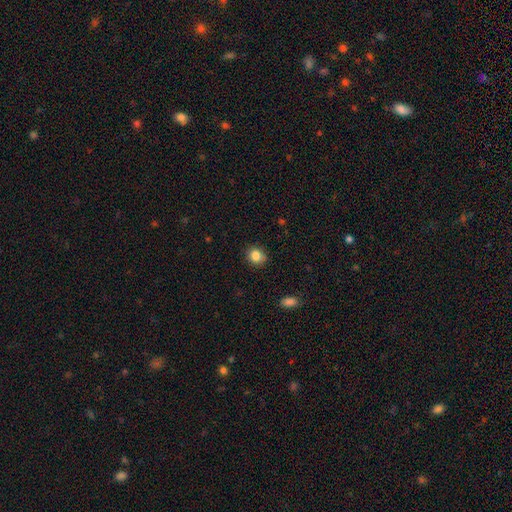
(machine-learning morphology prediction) type=smooth (85%); roundness=round (76%); merging=none (86%).